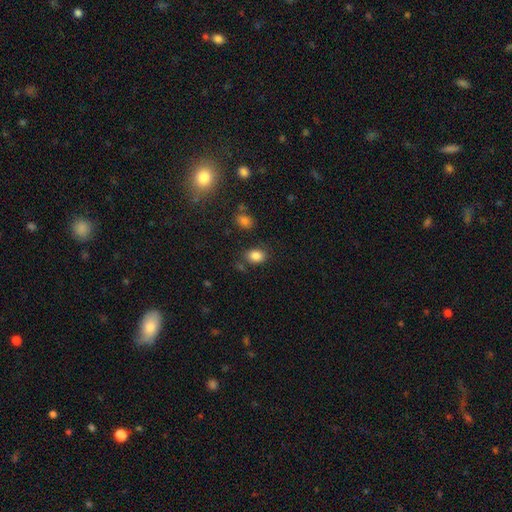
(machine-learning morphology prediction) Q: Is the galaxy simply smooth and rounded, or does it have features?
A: smooth — 84%.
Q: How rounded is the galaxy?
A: in between — 71%.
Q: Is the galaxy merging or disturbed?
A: none — 77%.